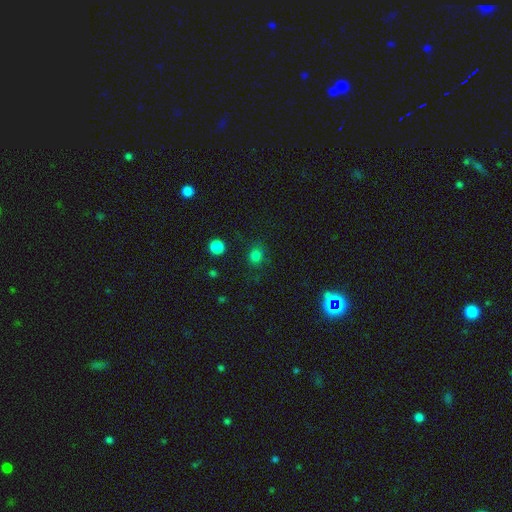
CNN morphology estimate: A smooth galaxy with no disk features (79%) that is round (74%).

Vote fractions:
- Smooth or featured? smooth: 79% / star or artifact: 17% / featured or disk: 4%
- How rounded? round: 74% / in between: 25% / cigar-shaped: 1%
- Merging? none: 83% / minor disturbance: 11% / major disturbance: 4% / merger: 2%